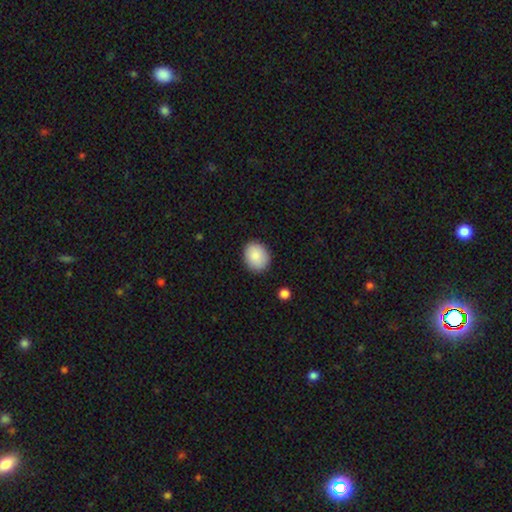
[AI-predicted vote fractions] Overall: smooth (88%). How rounded: in between (50%; round 49%). Merging: none (87%).